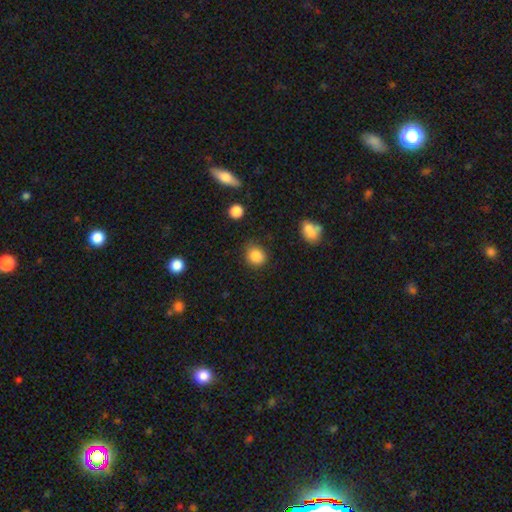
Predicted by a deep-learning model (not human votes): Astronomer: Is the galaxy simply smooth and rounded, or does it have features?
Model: smooth — 85%.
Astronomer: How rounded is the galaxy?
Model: round — 77%.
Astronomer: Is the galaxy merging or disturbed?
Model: none — 77%.